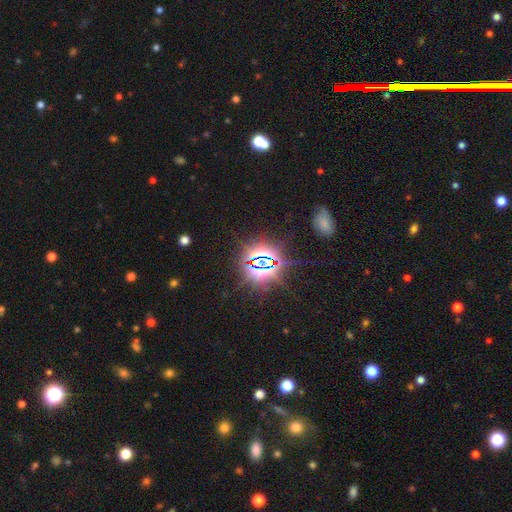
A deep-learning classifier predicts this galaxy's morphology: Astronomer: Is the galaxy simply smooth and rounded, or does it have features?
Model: star or artifact — 84%.